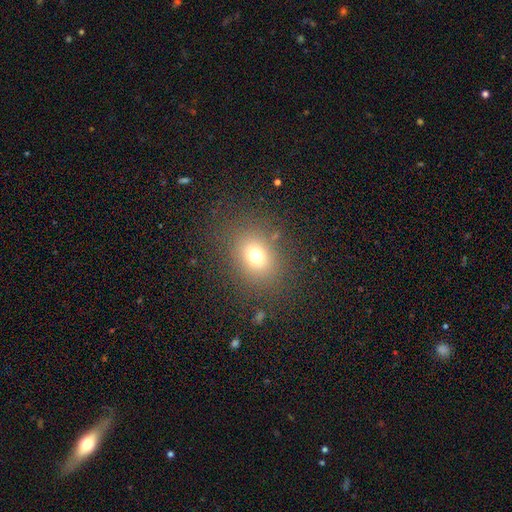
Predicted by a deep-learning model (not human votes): This is likely a smooth galaxy (71%). How rounded: possibly round (57%). Merging: clearly none (81%).